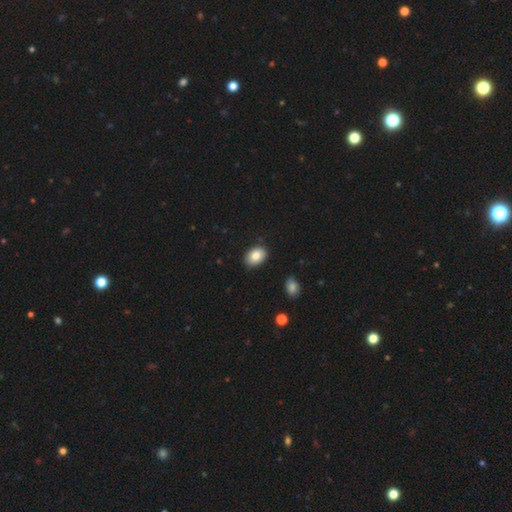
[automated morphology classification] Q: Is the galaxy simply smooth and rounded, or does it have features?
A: smooth — 83%.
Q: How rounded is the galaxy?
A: in between — 79%.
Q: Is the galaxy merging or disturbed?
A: none — 87%.